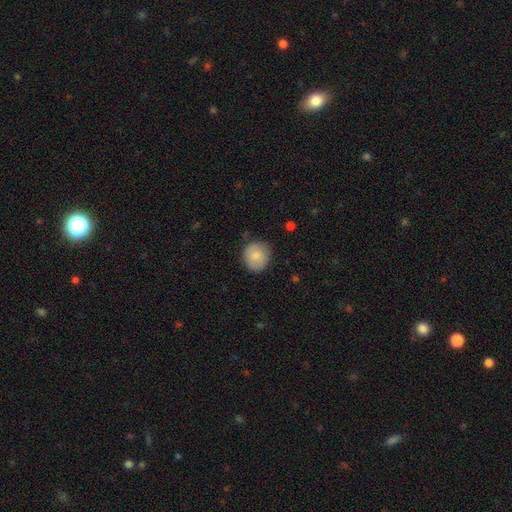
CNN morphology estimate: smooth_or_featured: smooth (p=0.80) [alt: featured or disk p=0.13]
how_rounded: round (p=0.88) [alt: in between p=0.11]
merging: none (p=0.81) [alt: minor disturbance p=0.15]